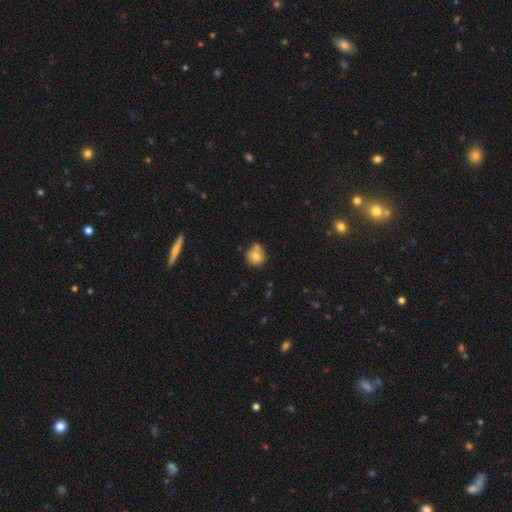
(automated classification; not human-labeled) This appears to be a smooth galaxy with no disk features (73%) that is round (85%). Merging: none (51%).